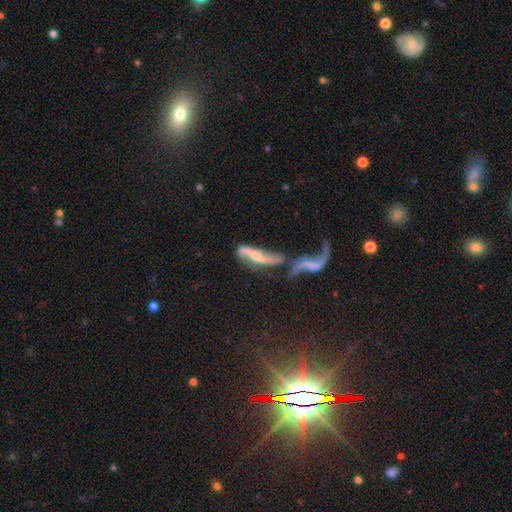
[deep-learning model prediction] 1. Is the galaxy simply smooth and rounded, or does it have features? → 66% featured or disk, 25% smooth, 9% star or artifact.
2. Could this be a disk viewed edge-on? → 71% no, 29% yes.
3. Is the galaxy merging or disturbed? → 53% merger, 19% none, 17% major disturbance, 11% minor disturbance.